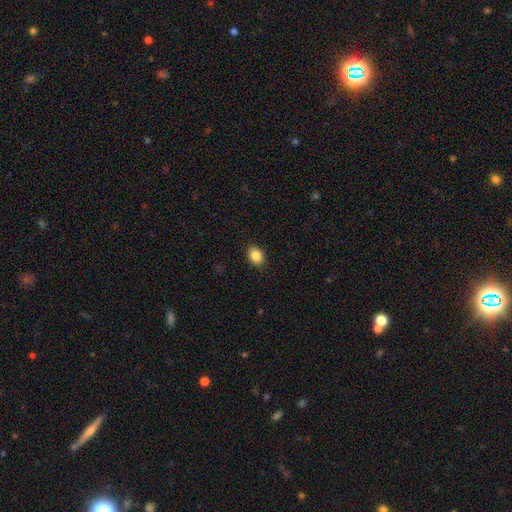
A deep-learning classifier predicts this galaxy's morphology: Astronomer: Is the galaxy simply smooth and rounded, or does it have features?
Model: smooth — 87%.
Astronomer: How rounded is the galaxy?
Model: in between — 61% (runner-up: round, 38%).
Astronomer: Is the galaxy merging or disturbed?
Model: none — 90%.